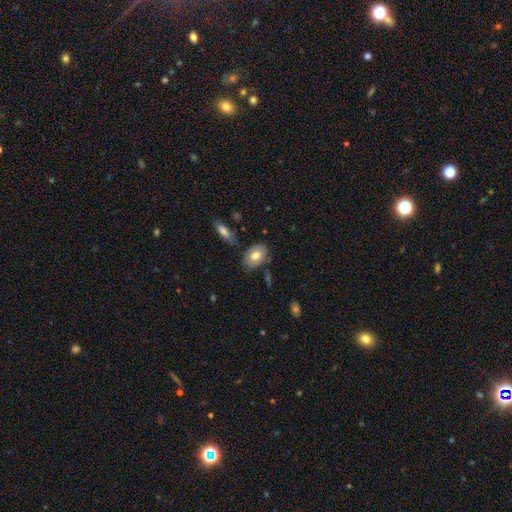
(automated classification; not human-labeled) The model was most divided on "smooth or featured": smooth: 72%, featured or disk: 21%, star or artifact: 7%. More confident: how rounded — in between (83%); merging — none (75%).